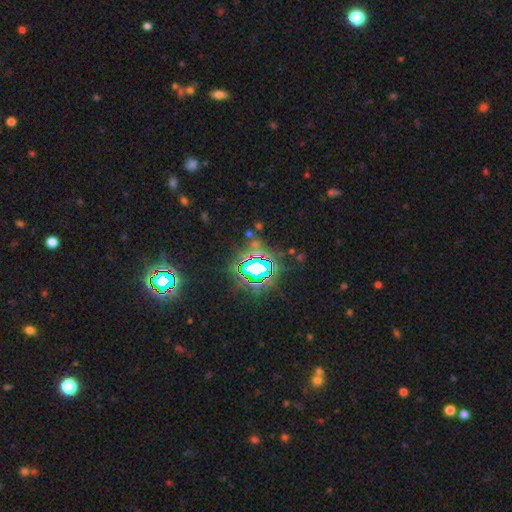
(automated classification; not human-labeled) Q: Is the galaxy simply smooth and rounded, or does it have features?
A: star or artifact — 81%.